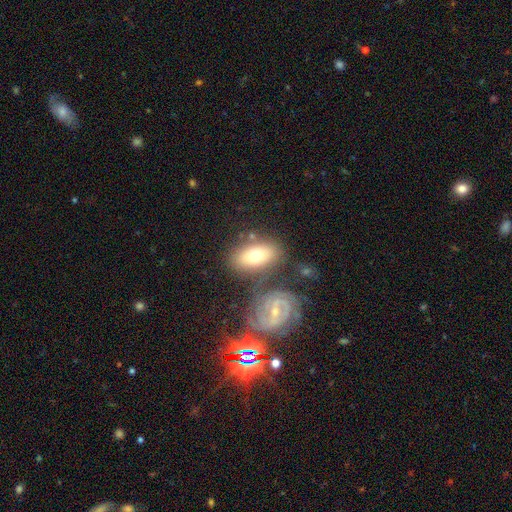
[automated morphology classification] Overall: smooth (50%; featured or disk 41%). Merging: none (64%).